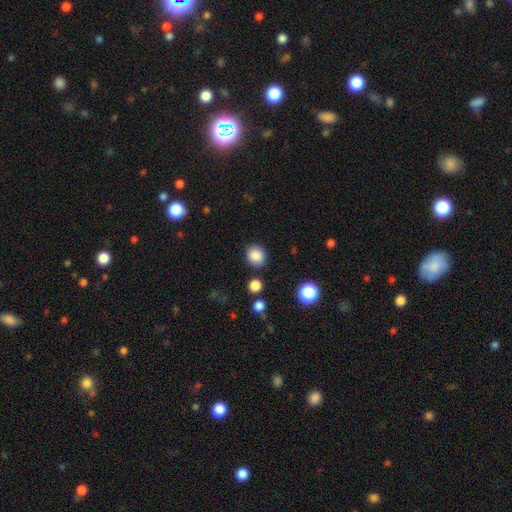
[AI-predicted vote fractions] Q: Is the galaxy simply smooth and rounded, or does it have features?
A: smooth — 86%.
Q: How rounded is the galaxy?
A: round — 77%.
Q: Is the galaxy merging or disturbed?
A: none — 86%.